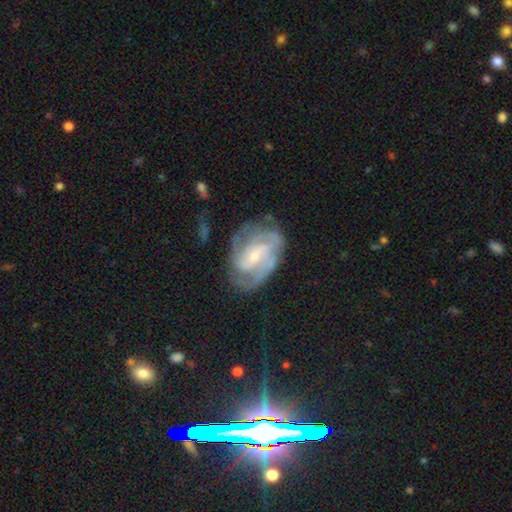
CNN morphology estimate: smooth_or_featured: featured or disk (p=0.84) [alt: smooth p=0.10]
disk_edge_on: no (p=0.98) [alt: yes p=0.02]
bar: weak (p=0.51) [alt: no p=0.31]
has_spiral_arms: yes (p=0.94) [alt: no p=0.06]
spiral_winding: medium (p=0.46) [alt: tight p=0.40]
spiral_arm_count: 2 (p=0.41) [alt: 3 p=0.24]
bulge_size: small (p=0.60) [alt: moderate p=0.32]
merging: none (p=0.65) [alt: minor disturbance p=0.21]